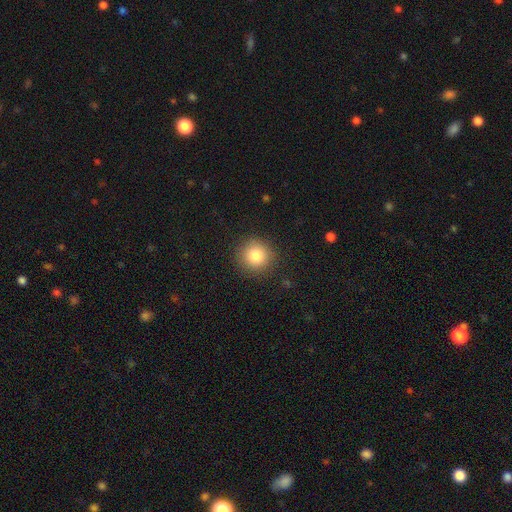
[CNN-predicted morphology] A smooth galaxy with no disk features (83%) that is round (93%).

Vote fractions:
- Smooth or featured? smooth: 83% / star or artifact: 11% / featured or disk: 7%
- How rounded? round: 93% / in between: 6% / cigar-shaped: 1%
- Merging? none: 89% / minor disturbance: 7% / major disturbance: 3% / merger: 1%